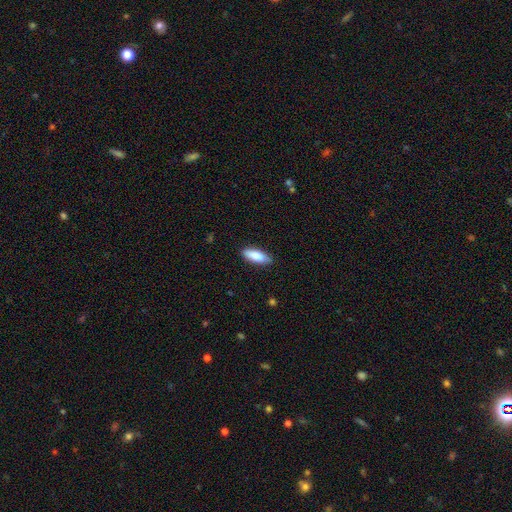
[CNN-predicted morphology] A smooth galaxy with no disk features (84%) that is in between round and cigar-shaped (71%). Merging: none (86%).